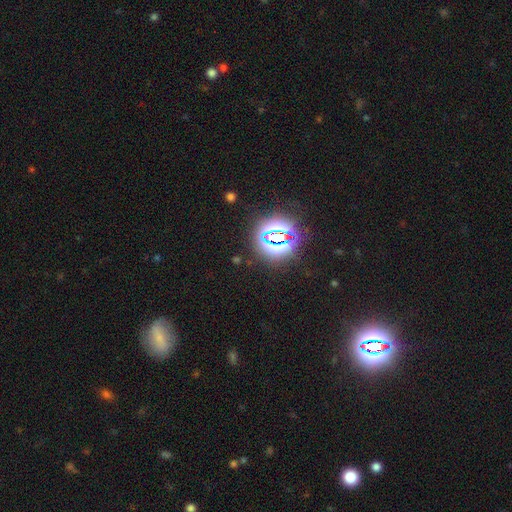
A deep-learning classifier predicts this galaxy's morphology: Smooth or featured? Predicted: star or artifact (p=0.77).